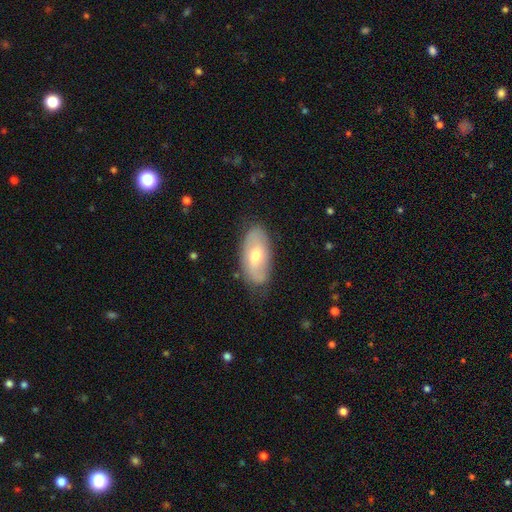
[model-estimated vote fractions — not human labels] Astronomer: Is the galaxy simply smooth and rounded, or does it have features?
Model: smooth — 52% (runner-up: featured or disk, 42%).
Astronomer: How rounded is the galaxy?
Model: in between — 91%.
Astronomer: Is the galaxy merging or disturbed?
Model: none — 76%.